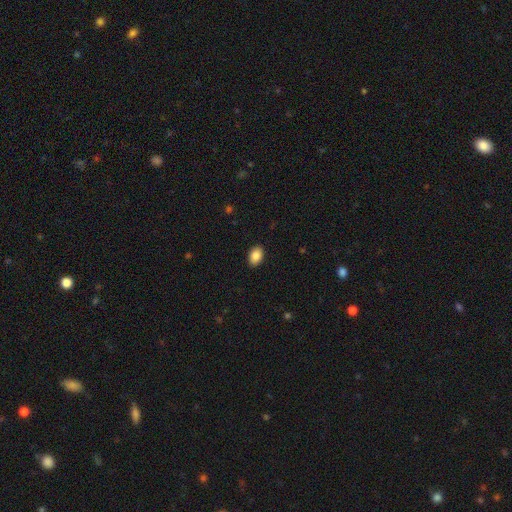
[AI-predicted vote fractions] Q: Smooth or featured?
A: smooth (88%); runner-up: star or artifact (8%)
Q: How rounded?
A: in between (83%); runner-up: round (16%)
Q: Merging?
A: none (90%); runner-up: minor disturbance (7%)